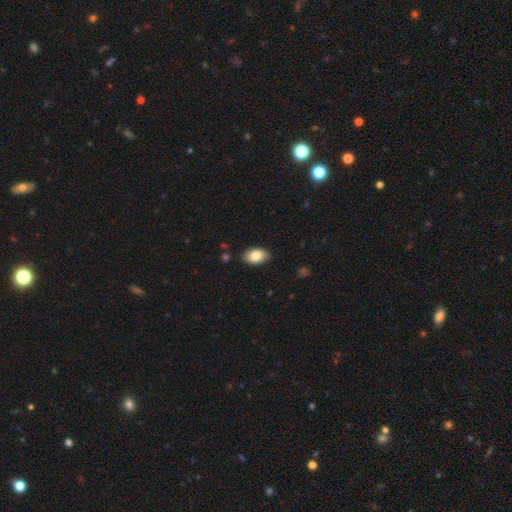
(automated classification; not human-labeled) This is clearly a smooth galaxy (84%). How rounded: clearly in between (93%). Merging: clearly none (87%).